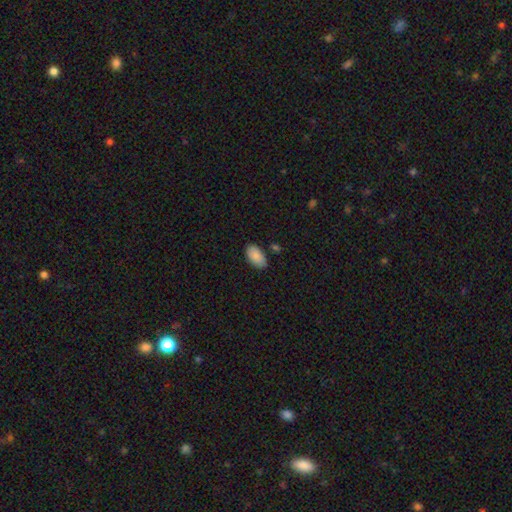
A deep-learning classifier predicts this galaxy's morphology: Smooth or featured?
  - smooth: 88% *
  - star or artifact: 6%
  - featured or disk: 5%
How rounded?
  - in between: 95% *
  - round: 3%
  - cigar-shaped: 2%
Merging?
  - none: 81% *
  - minor disturbance: 13%
  - merger: 3%
  - major disturbance: 3%